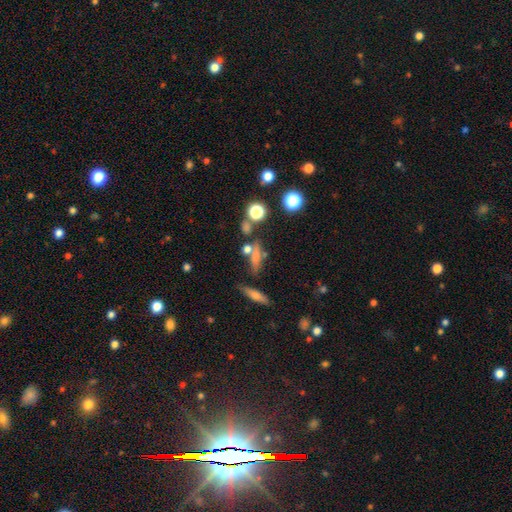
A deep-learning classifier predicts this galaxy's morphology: smooth 50%, star or artifact 27%, featured or disk 23%. Down the decision tree: merging — none (61%).